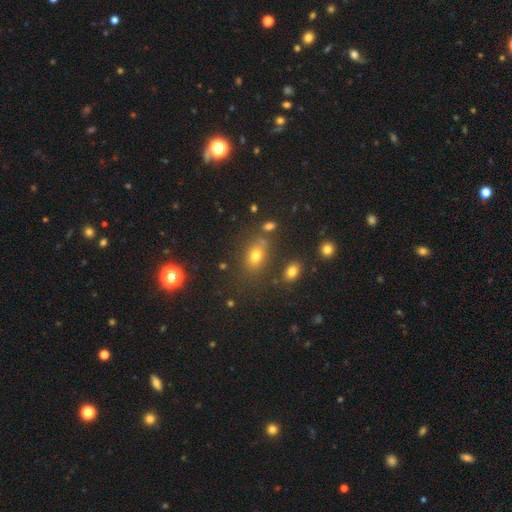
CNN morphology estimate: Smooth or featured? smooth (67%)
How rounded? in between (70%)
Merging? none (71%)